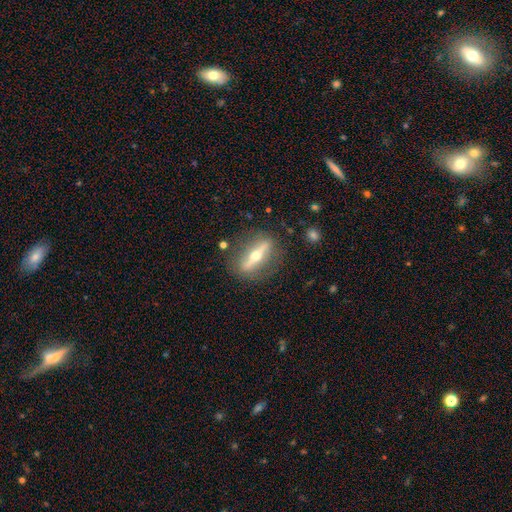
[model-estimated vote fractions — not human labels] Overall: featured or disk (72%). Edge-on disk: yes (73%). Edge-on bulge: rounded (94%). Merging: none (83%).